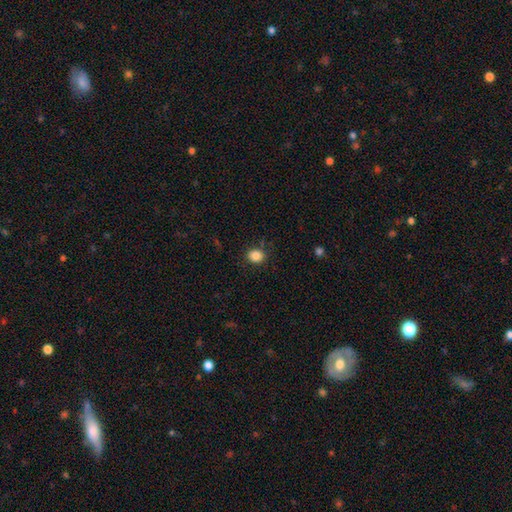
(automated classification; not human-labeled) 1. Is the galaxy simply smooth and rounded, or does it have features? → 86% smooth, 10% star or artifact, 4% featured or disk.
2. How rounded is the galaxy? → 70% round, 29% in between, 1% cigar-shaped.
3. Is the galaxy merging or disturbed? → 85% none, 10% minor disturbance, 3% major disturbance, 2% merger.